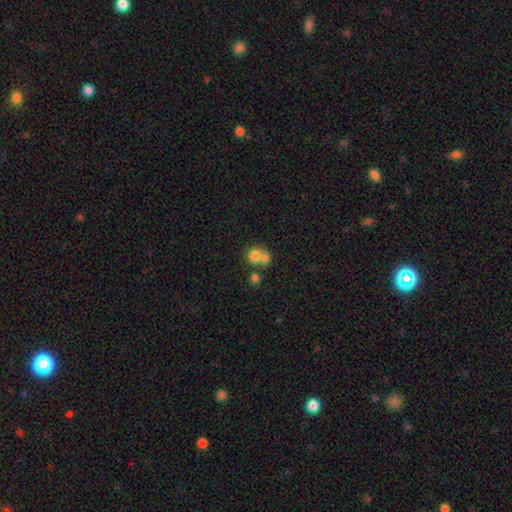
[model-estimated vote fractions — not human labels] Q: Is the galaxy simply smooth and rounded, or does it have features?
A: smooth — 74%.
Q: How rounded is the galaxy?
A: round — 77%.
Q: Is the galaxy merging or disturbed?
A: merger — 54%.